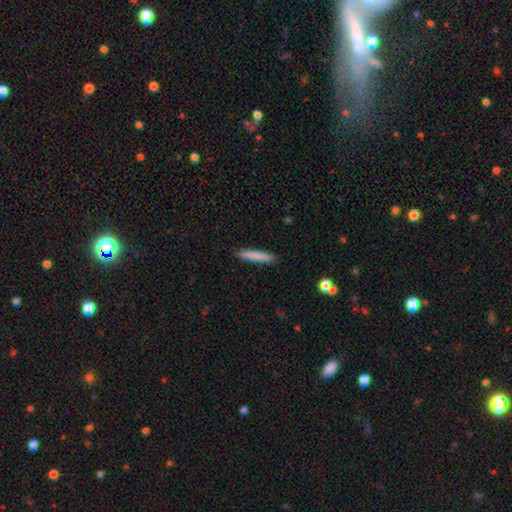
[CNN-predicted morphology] Smooth or featured: smooth — 83% (featured or disk — 11%)
How rounded: cigar-shaped — 93% (in between — 6%)
Merging: none — 90% (minor disturbance — 8%)